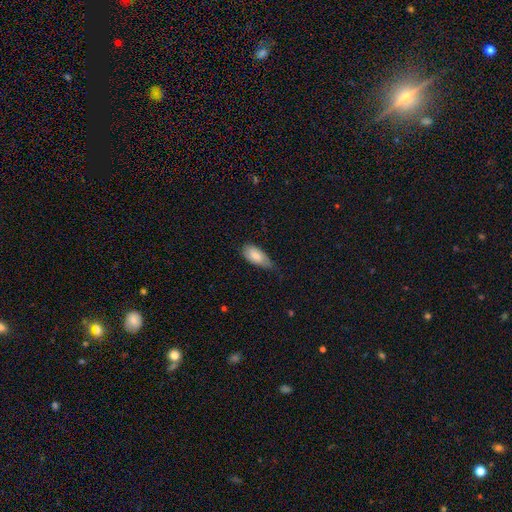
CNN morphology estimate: A smooth galaxy with no disk features (79%) that is in between round and cigar-shaped (89%).

Vote fractions:
- Smooth or featured? smooth: 79% / featured or disk: 15% / star or artifact: 6%
- How rounded? in between: 89% / cigar-shaped: 8% / round: 2%
- Merging? none: 47% / minor disturbance: 43% / major disturbance: 9% / merger: 1%